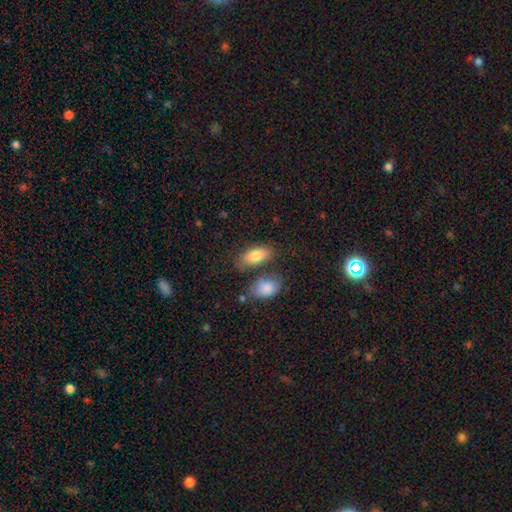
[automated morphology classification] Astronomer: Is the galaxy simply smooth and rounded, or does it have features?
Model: smooth — 82%.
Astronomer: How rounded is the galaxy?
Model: in between — 89%.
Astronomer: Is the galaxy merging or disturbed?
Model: none — 65%.